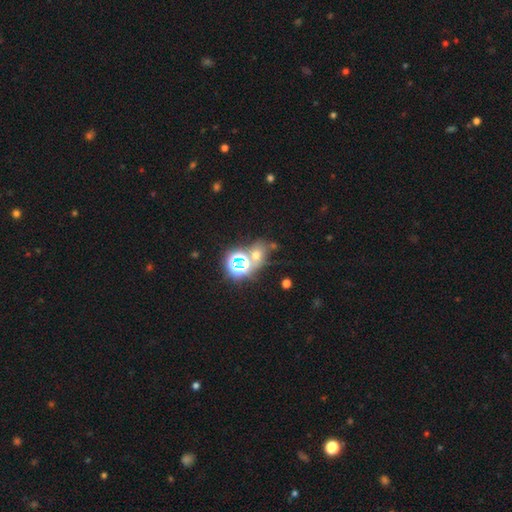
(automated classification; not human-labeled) This appears to be a star or artifact, not a galaxy (44%, tied with smooth).